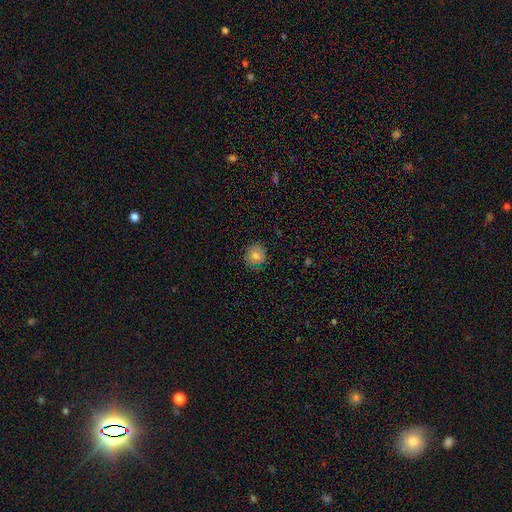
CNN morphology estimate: A smooth galaxy with no disk features (68%) that is round (89%). Merging: none (86%).